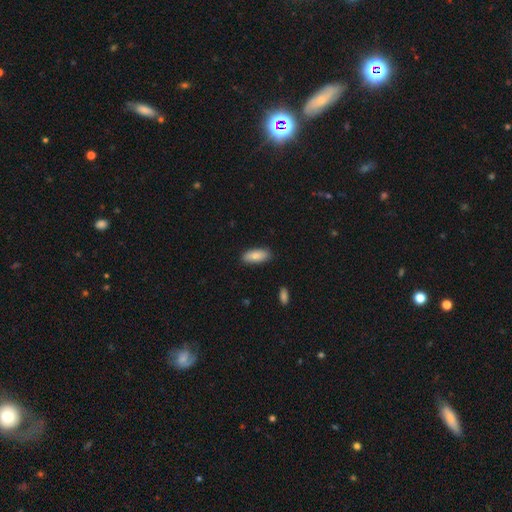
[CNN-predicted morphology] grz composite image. It shows a smooth galaxy with no disk features (86%) that is in between round and cigar-shaped (81%). Merging: none (85%).